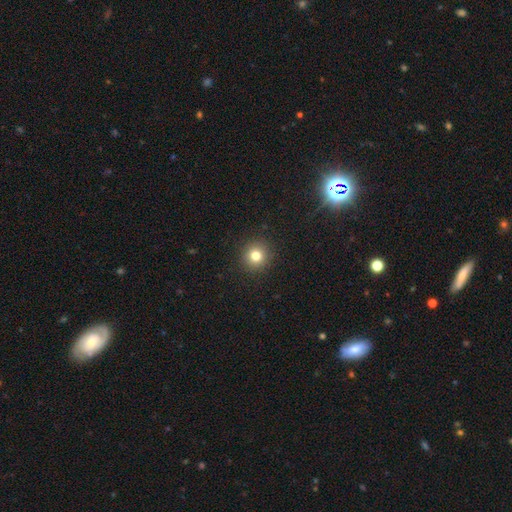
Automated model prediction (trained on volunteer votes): A smooth galaxy with no disk features (79%) that is round (93%).

Vote fractions:
- Smooth or featured? smooth: 79% / star or artifact: 13% / featured or disk: 8%
- How rounded? round: 93% / in between: 6% / cigar-shaped: 1%
- Merging? none: 92% / minor disturbance: 5% / major disturbance: 2% / merger: 1%